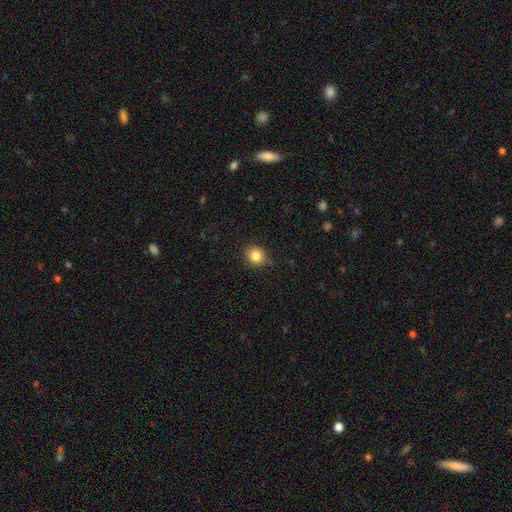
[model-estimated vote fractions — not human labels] A smooth galaxy with no disk features (84%) that is round (83%).

Vote fractions:
- Smooth or featured? smooth: 84% / star or artifact: 10% / featured or disk: 5%
- How rounded? round: 83% / in between: 17% / cigar-shaped: 1%
- Merging? none: 85% / minor disturbance: 11% / major disturbance: 2% / merger: 1%